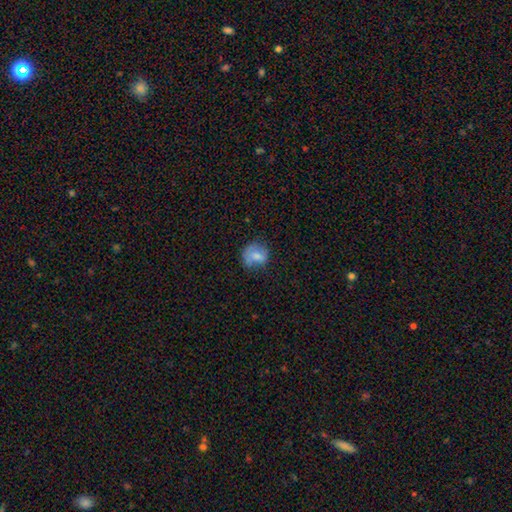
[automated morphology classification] Overall: smooth (69%). How rounded: round (70%). Merging: none (52%; minor disturbance 30%).